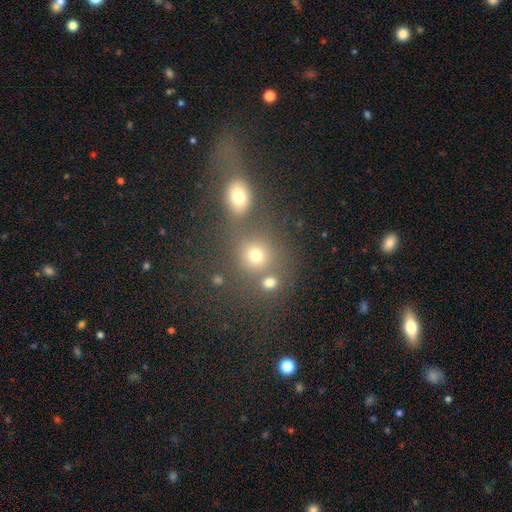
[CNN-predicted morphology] Smooth or featured: smooth — 71% (star or artifact — 19%)
How rounded: round — 81% (in between — 18%)
Merging: none — 60% (merger — 26%)